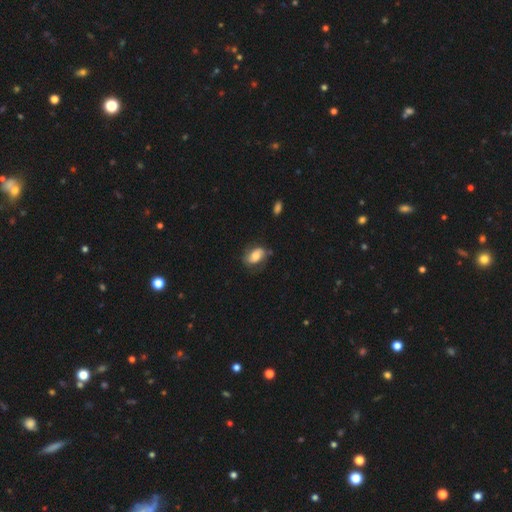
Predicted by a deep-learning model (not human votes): smooth-or-featured: smooth: 52% | featured or disk: 40% | star or artifact: 8%
  how-rounded: in between: 84% | round: 14% | cigar-shaped: 2%
  merging: none: 64% | minor disturbance: 24% | major disturbance: 10% | merger: 2%